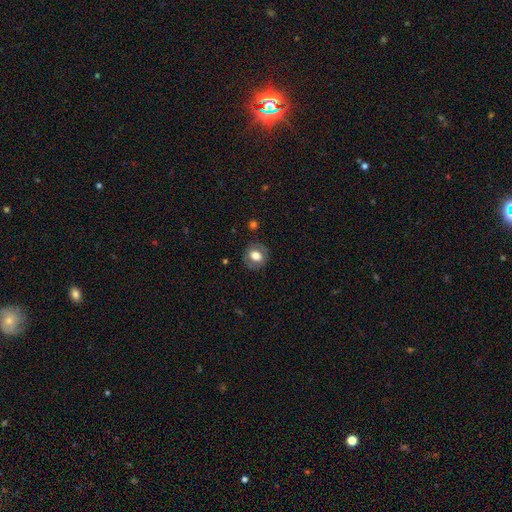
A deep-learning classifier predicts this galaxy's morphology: A smooth galaxy with no disk features (65%) that is round (69%).

Vote fractions:
- Smooth or featured? smooth: 65% / featured or disk: 27% / star or artifact: 8%
- How rounded? round: 69% / in between: 30% / cigar-shaped: 1%
- Merging? none: 82% / minor disturbance: 12% / major disturbance: 5% / merger: 1%